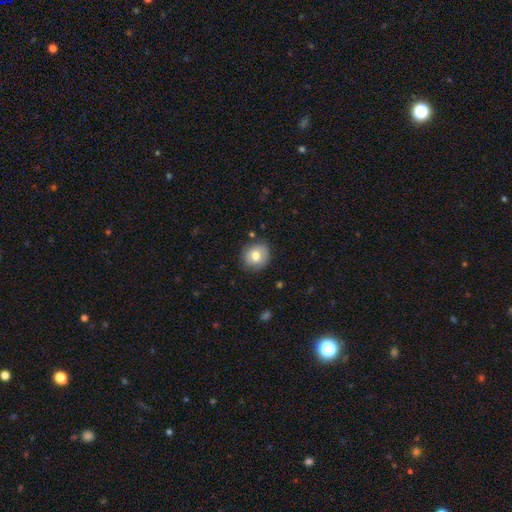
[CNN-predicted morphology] Q: Smooth or featured?
A: smooth (73%); runner-up: featured or disk (19%)
Q: How rounded?
A: round (80%); runner-up: in between (19%)
Q: Merging?
A: none (80%); runner-up: minor disturbance (15%)